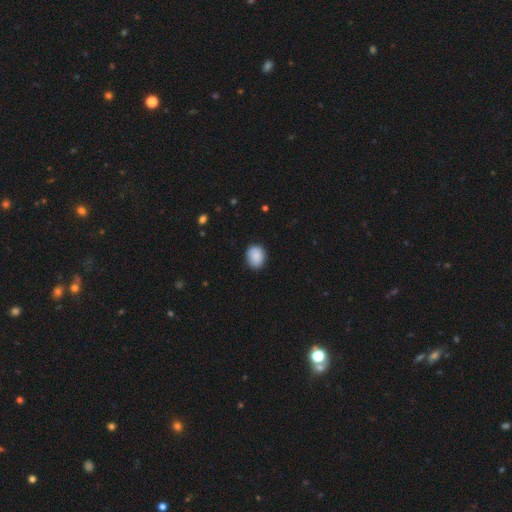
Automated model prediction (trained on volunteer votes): Q: Smooth or featured?
A: smooth (88%); runner-up: star or artifact (7%)
Q: How rounded?
A: round (53%); runner-up: in between (46%)
Q: Merging?
A: none (82%); runner-up: minor disturbance (14%)